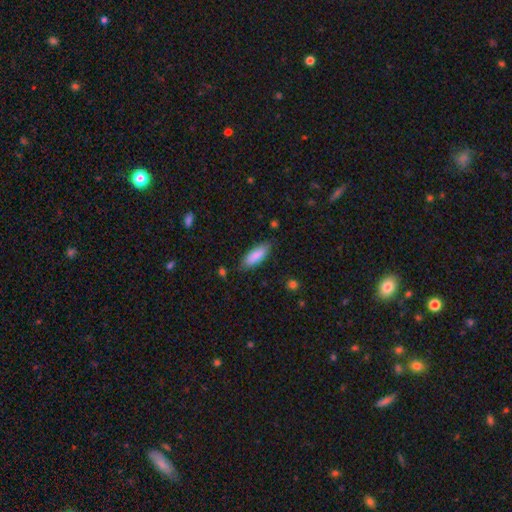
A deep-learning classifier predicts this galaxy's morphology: Smooth or featured?
  - smooth: 86% *
  - featured or disk: 8%
  - star or artifact: 6%
How rounded?
  - in between: 69% *
  - cigar-shaped: 29%
  - round: 2%
Merging?
  - none: 83% *
  - minor disturbance: 13%
  - major disturbance: 3%
  - merger: 2%